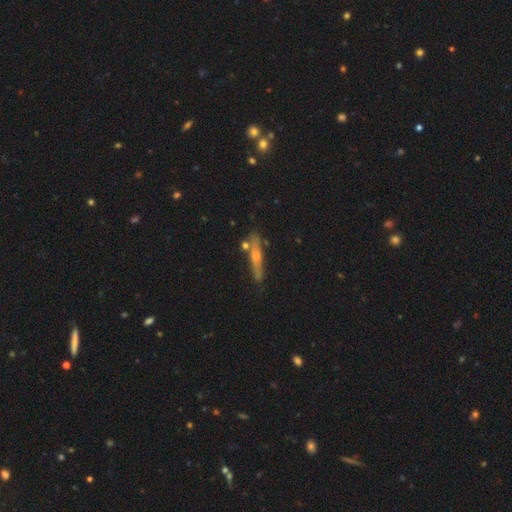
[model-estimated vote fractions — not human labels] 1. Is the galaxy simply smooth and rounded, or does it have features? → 51% featured or disk, 41% smooth, 8% star or artifact.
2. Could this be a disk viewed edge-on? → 89% yes, 11% no.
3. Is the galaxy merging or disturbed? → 73% none, 16% minor disturbance, 7% merger, 4% major disturbance.